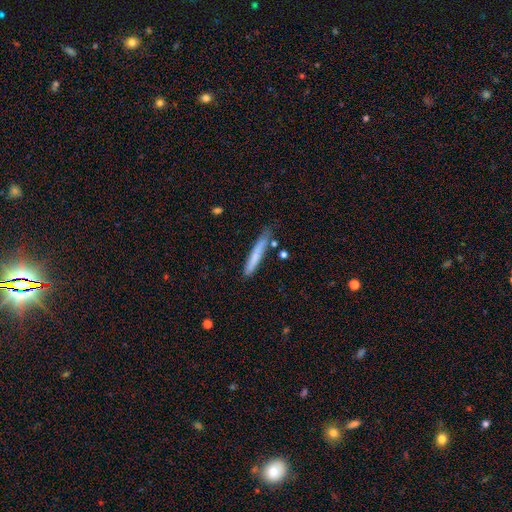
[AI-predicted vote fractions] smooth-or-featured: smooth: 74% | featured or disk: 20% | star or artifact: 6%
  how-rounded: cigar-shaped: 95% | in between: 4% | round: 1%
  merging: none: 78% | minor disturbance: 16% | merger: 3% | major disturbance: 3%